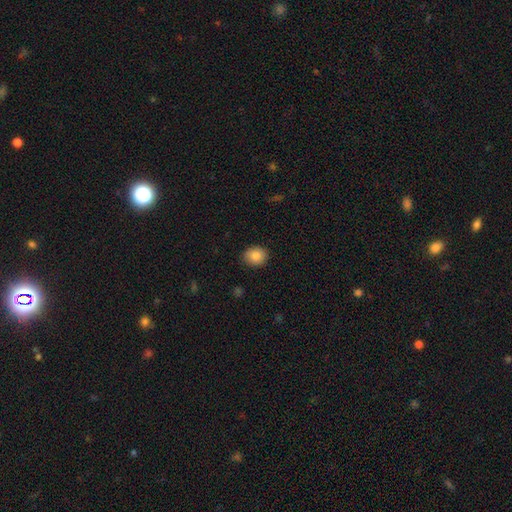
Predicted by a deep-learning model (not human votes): Q: Smooth or featured?
A: smooth (85%); runner-up: star or artifact (8%)
Q: How rounded?
A: round (62%); runner-up: in between (37%)
Q: Merging?
A: none (88%); runner-up: minor disturbance (9%)